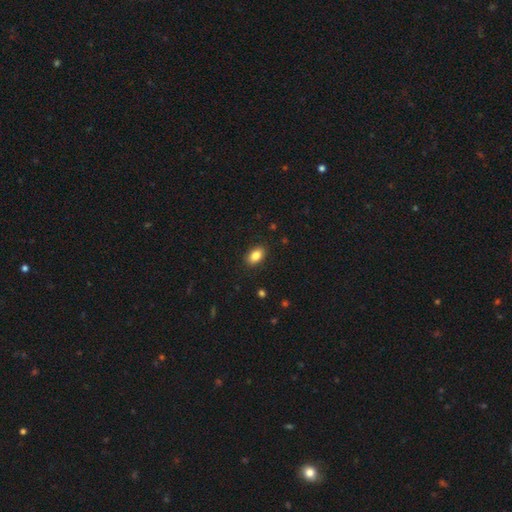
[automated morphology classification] Smooth or featured? Predicted: smooth (p=0.85). How rounded? Predicted: in between (p=0.89). Merging? Predicted: none (p=0.88).